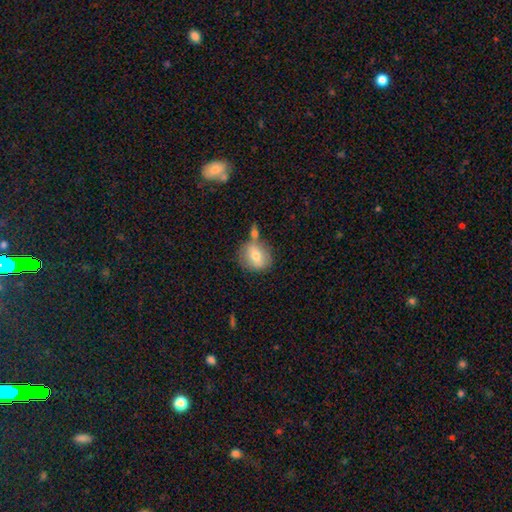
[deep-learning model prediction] This is likely a smooth galaxy (70%). How rounded: likely round (67%). Merging: possibly none (57%).